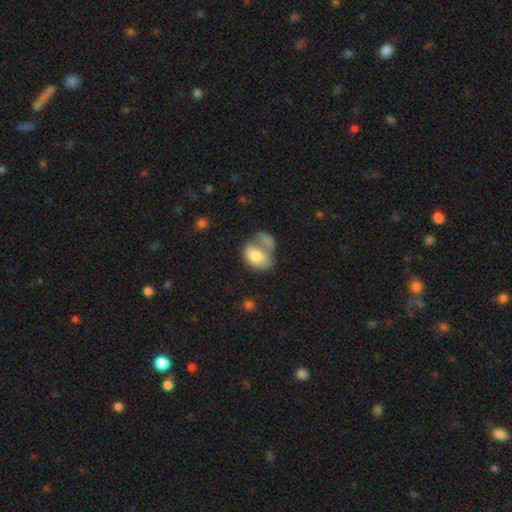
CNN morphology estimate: This is likely a smooth galaxy (73%). How rounded: likely in between (76%). Merging: possibly merger (52%).